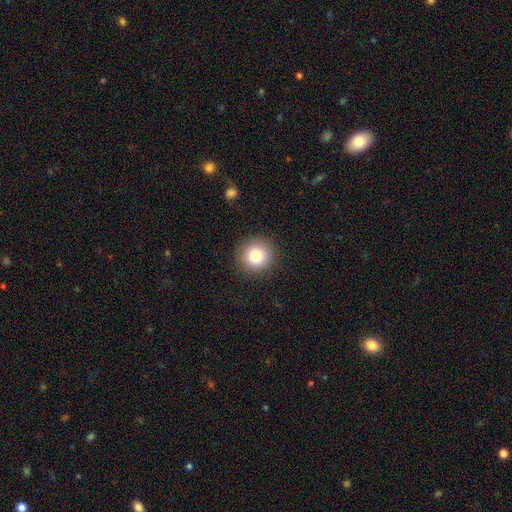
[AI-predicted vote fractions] Smooth or featured: smooth — 83% (star or artifact — 10%)
How rounded: round — 93% (in between — 6%)
Merging: none — 90% (minor disturbance — 7%)